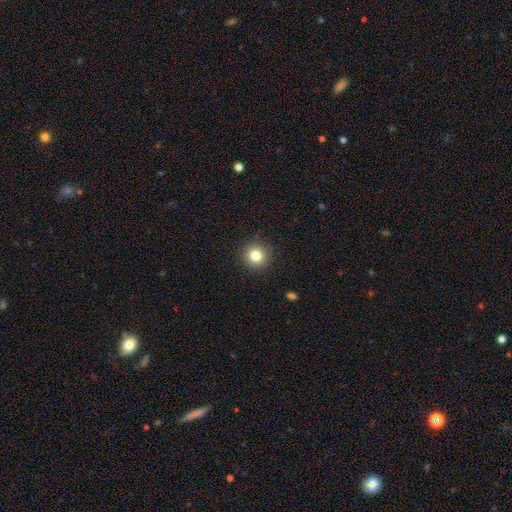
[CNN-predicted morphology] A smooth galaxy with no disk features (82%) that is round (93%).

Vote fractions:
- Smooth or featured? smooth: 82% / star or artifact: 11% / featured or disk: 7%
- How rounded? round: 93% / in between: 6% / cigar-shaped: 1%
- Merging? none: 91% / minor disturbance: 6% / major disturbance: 2% / merger: 1%